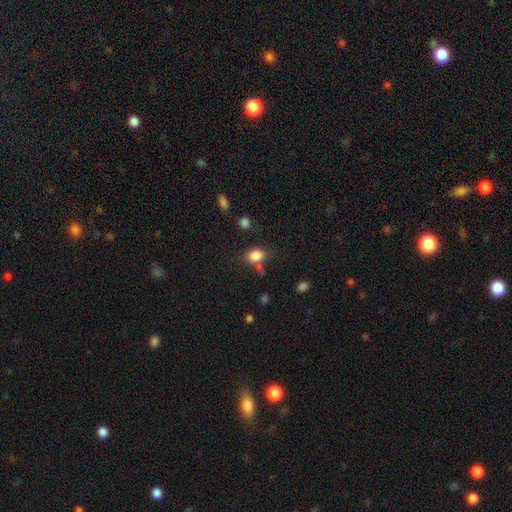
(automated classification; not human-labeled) A smooth galaxy with no disk features (83%) that is round (51%). Merging: none (63%).